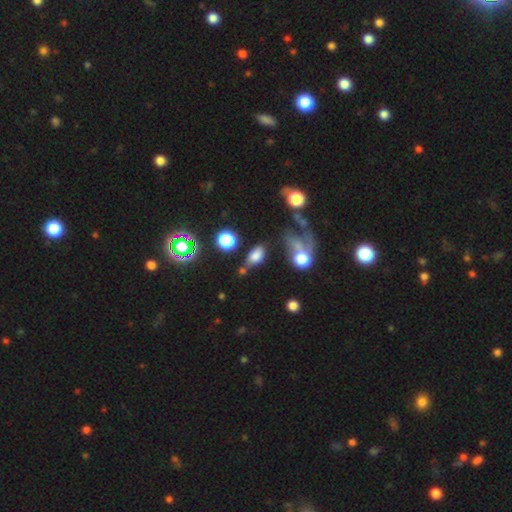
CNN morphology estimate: smooth-or-featured: smooth: 74% | star or artifact: 16% | featured or disk: 11%
  how-rounded: in between: 84% | round: 13% | cigar-shaped: 3%
  merging: none: 57% | minor disturbance: 17% | merger: 15% | major disturbance: 10%